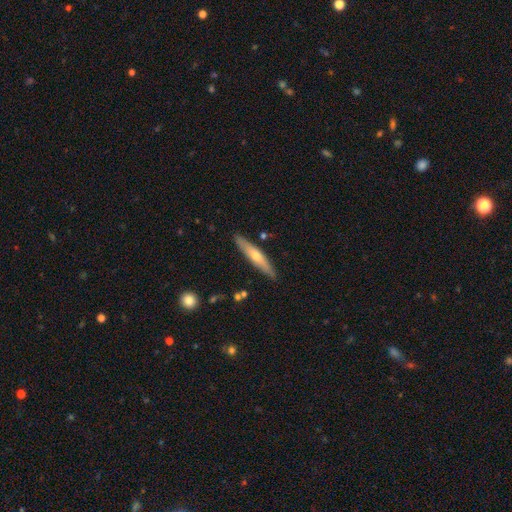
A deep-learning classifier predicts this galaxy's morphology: The model was most divided on "smooth or featured": featured or disk: 48%, smooth: 46%, star or artifact: 6%. More confident: merging — none (87%).